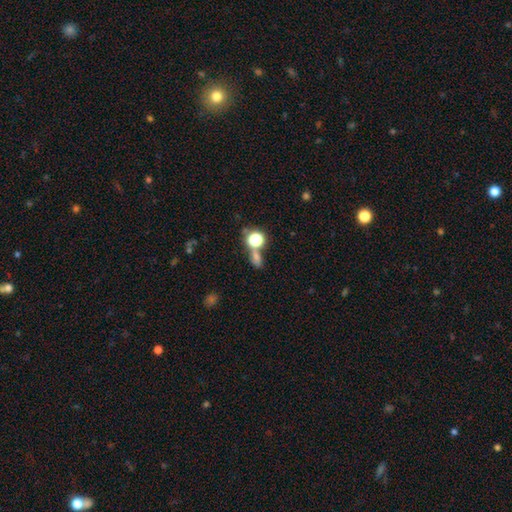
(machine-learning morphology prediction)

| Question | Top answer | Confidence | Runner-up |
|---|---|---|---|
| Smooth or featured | smooth | 55% | star or artifact (34%) |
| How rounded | round | 60% | in between (34%) |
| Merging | none | 52% | merger (30%) |